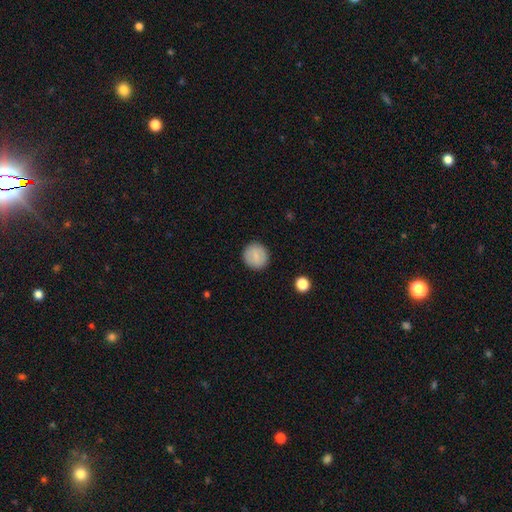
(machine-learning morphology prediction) Smooth or featured: smooth — 80% (featured or disk — 13%)
How rounded: round — 92% (in between — 7%)
Merging: none — 91% (minor disturbance — 6%)